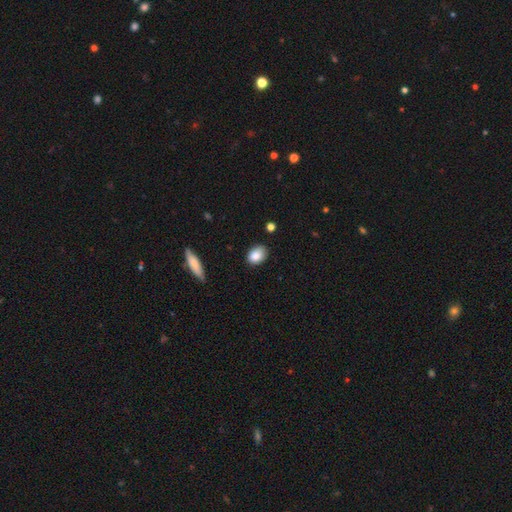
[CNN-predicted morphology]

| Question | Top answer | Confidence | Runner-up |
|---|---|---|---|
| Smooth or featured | smooth | 86% | star or artifact (8%) |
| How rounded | in between | 79% | round (19%) |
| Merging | none | 78% | minor disturbance (17%) |